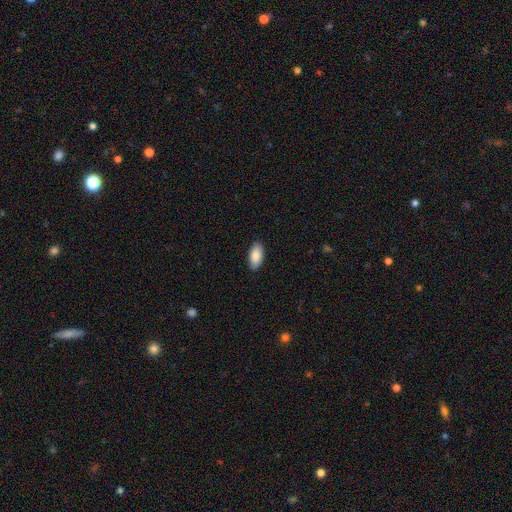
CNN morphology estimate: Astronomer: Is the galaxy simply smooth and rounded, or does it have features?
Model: smooth — 87%.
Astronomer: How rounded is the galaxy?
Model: in between — 92%.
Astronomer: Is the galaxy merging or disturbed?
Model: none — 89%.